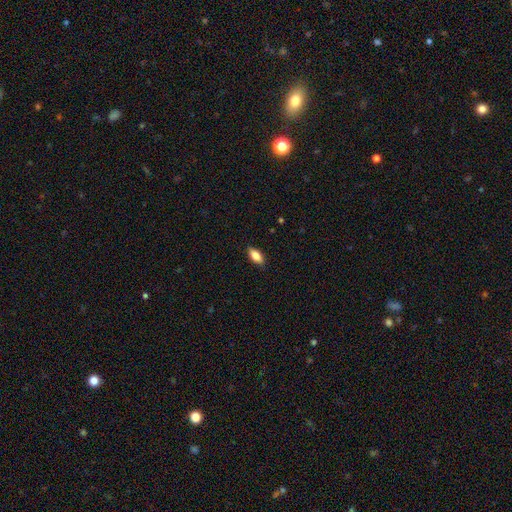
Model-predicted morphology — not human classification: A smooth galaxy with no disk features (83%) that is in between round and cigar-shaped (86%).

Vote fractions:
- Smooth or featured? smooth: 83% / featured or disk: 10% / star or artifact: 7%
- How rounded? in between: 86% / cigar-shaped: 11% / round: 3%
- Merging? none: 87% / minor disturbance: 10% / major disturbance: 2% / merger: 1%